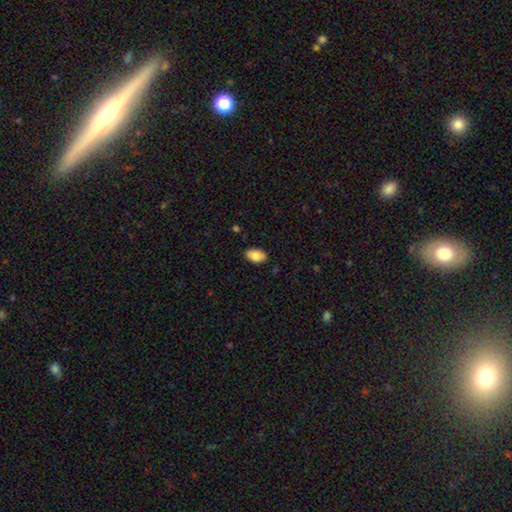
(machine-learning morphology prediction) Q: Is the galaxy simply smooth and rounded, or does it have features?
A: smooth — 84%.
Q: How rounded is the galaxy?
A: in between — 93%.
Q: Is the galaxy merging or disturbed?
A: none — 88%.